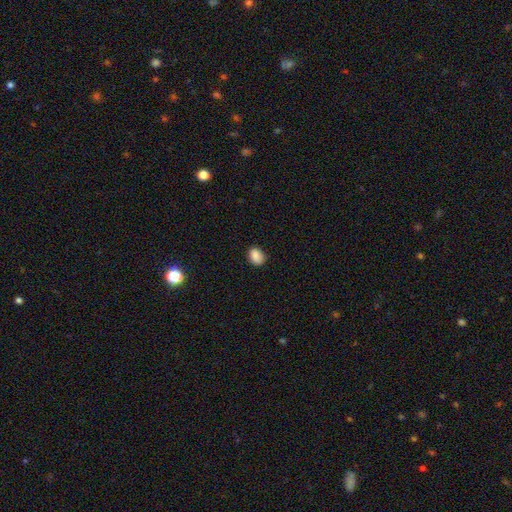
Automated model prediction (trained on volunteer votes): smooth-or-featured: smooth: 87% | star or artifact: 9% | featured or disk: 4%
  how-rounded: in between: 67% | round: 32% | cigar-shaped: 1%
  merging: none: 83% | minor disturbance: 14% | major disturbance: 3% | merger: 1%